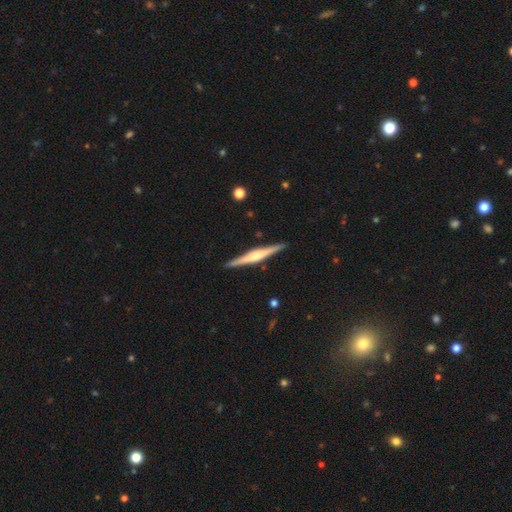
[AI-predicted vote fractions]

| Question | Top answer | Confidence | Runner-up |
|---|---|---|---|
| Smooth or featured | featured or disk | 76% | smooth (19%) |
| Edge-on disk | yes | 98% | no (2%) |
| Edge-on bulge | rounded | 78% | boxy (14%) |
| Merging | none | 91% | minor disturbance (7%) |